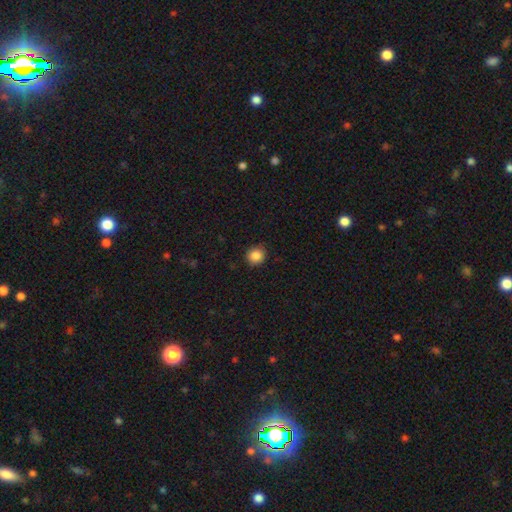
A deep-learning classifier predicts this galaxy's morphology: Q: Smooth or featured?
A: smooth (86%); runner-up: star or artifact (10%)
Q: How rounded?
A: round (91%); runner-up: in between (8%)
Q: Merging?
A: none (89%); runner-up: minor disturbance (8%)